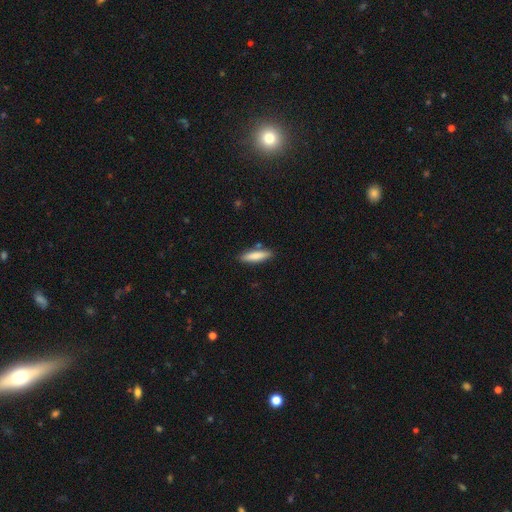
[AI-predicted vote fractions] This is clearly a smooth galaxy (80%). How rounded: likely cigar-shaped (71%). Merging: clearly none (84%).